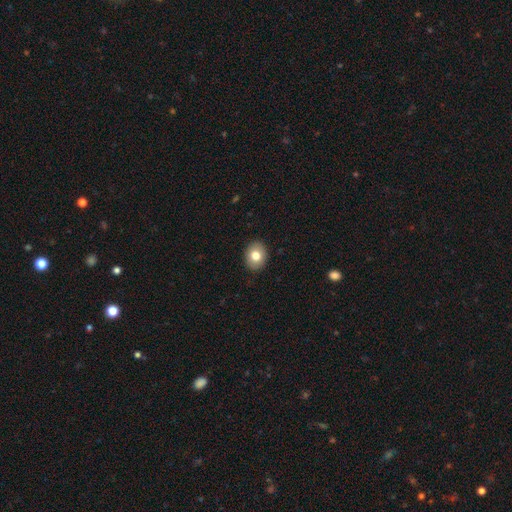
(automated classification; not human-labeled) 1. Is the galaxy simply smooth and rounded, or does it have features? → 79% smooth, 12% featured or disk, 9% star or artifact.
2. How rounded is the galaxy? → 53% round, 47% in between, 1% cigar-shaped.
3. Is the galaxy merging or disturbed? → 90% none, 7% minor disturbance, 2% major disturbance, 1% merger.